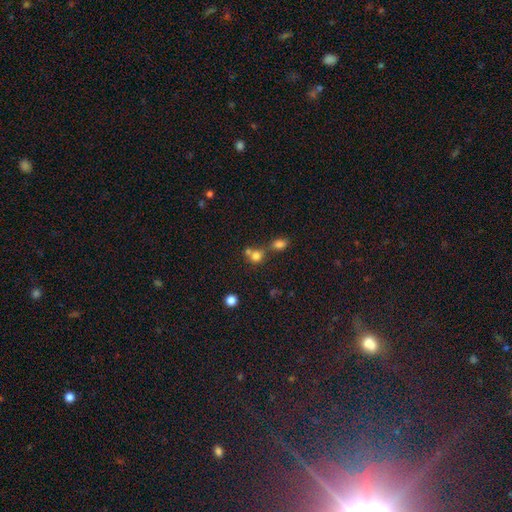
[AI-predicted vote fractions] This is likely a smooth galaxy (76%). How rounded: likely round (79%). Merging: possibly none (46%).